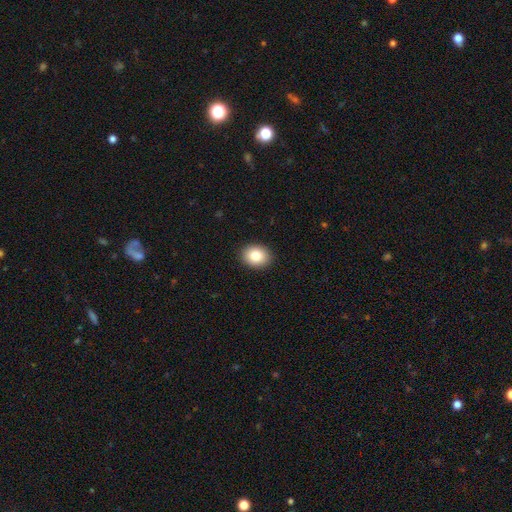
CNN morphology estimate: Overall: smooth (84%). How rounded: round (50%; in between 49%). Merging: none (91%).